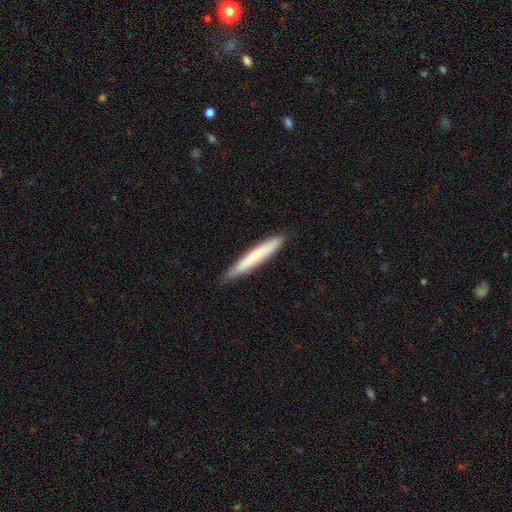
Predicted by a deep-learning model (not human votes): The model was most divided on "smooth or featured": smooth: 71%, featured or disk: 23%, star or artifact: 6%. More confident: how rounded — cigar-shaped (95%); merging — none (85%).